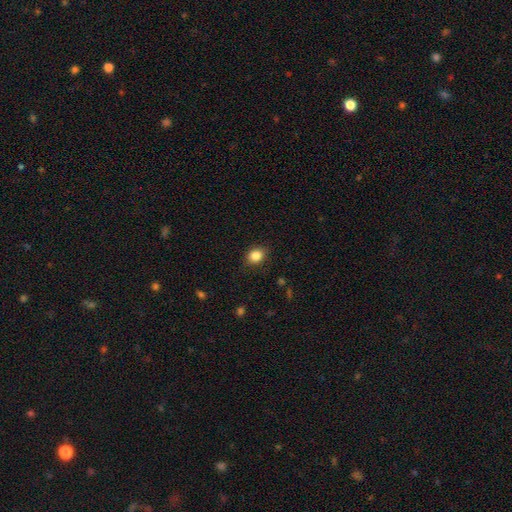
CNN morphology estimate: Smooth or featured? smooth (85%)
How rounded? round (54%)
Merging? none (87%)